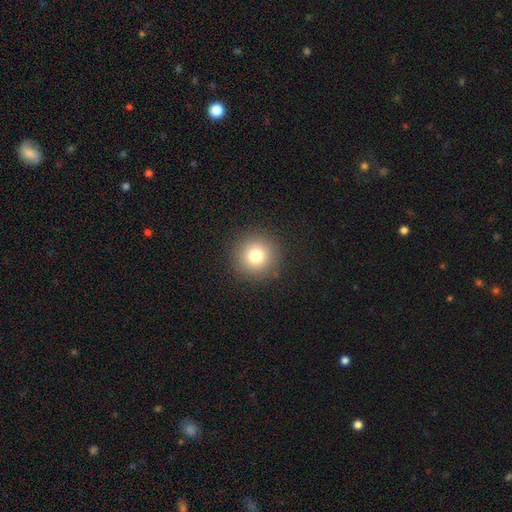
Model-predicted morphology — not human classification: A smooth galaxy with no disk features (79%) that is round (95%). Merging: none (91%).